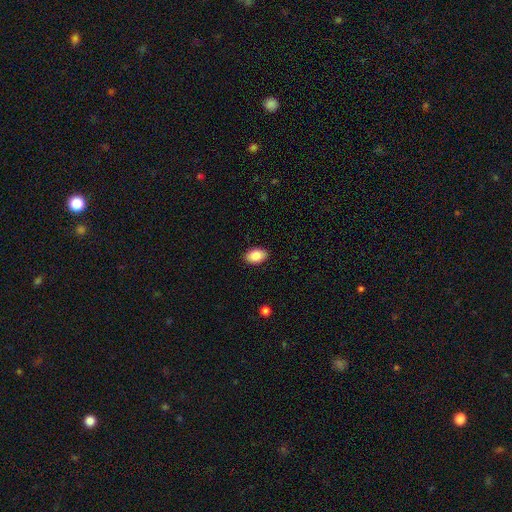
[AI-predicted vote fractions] This appears to be a smooth galaxy with no disk features (86%) that is in between round and cigar-shaped (89%). Merging: none (89%).